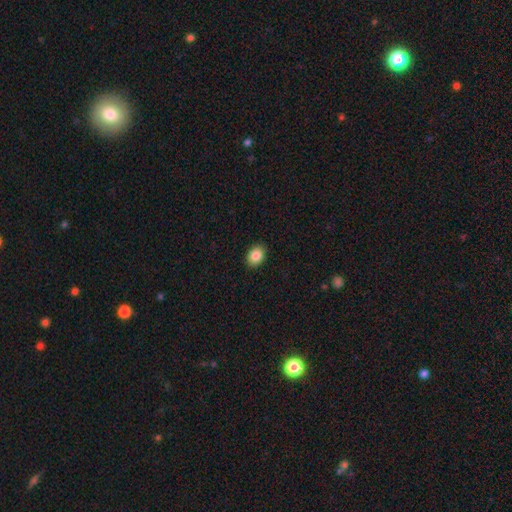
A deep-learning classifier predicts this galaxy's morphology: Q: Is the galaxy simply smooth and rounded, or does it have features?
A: smooth — 87%.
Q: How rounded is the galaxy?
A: in between — 73%.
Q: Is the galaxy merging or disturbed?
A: none — 90%.